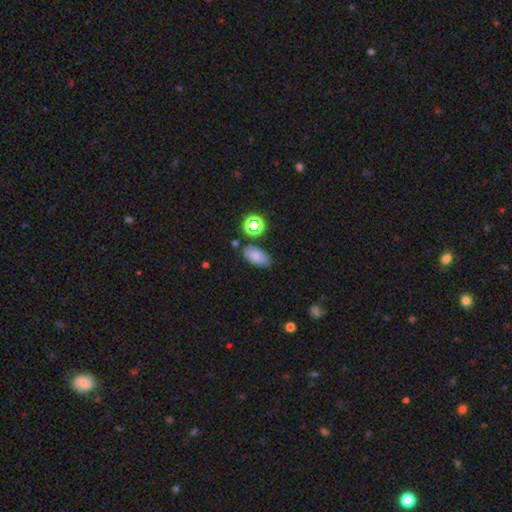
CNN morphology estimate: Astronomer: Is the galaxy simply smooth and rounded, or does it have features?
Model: smooth — 77%.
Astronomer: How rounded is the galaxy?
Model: in between — 90%.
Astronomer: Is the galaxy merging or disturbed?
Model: none — 77%.